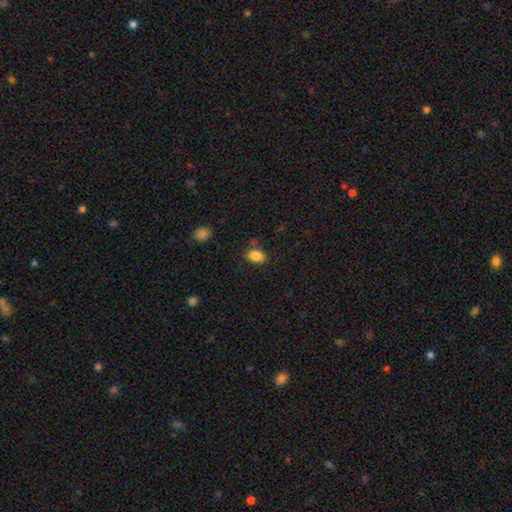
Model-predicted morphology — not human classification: This appears to be a smooth galaxy with no disk features (86%) that is in between round and cigar-shaped (88%). Merging: none (76%).